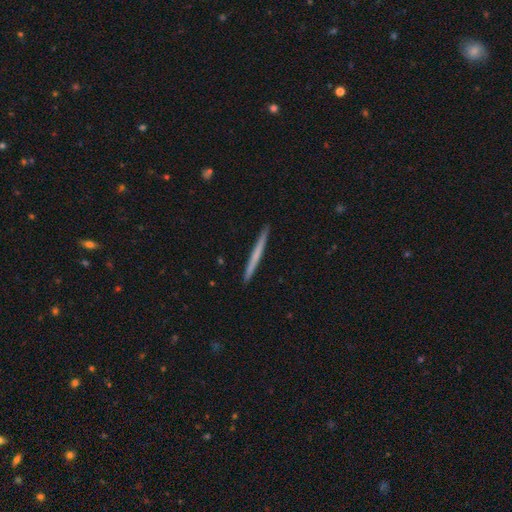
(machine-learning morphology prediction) type=smooth (54%); roundness=cigar-shaped (97%); merging=none (93%).